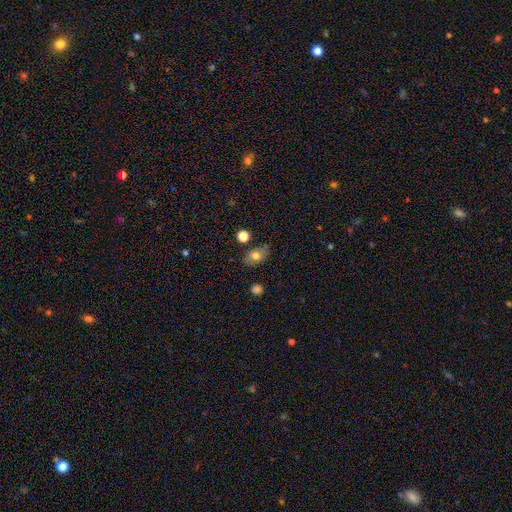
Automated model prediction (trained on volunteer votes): The model was most divided on "merging": none: 75%, minor disturbance: 17%, major disturbance: 4%, merger: 4%. More confident: how rounded — in between (79%); smooth or featured — smooth (76%).